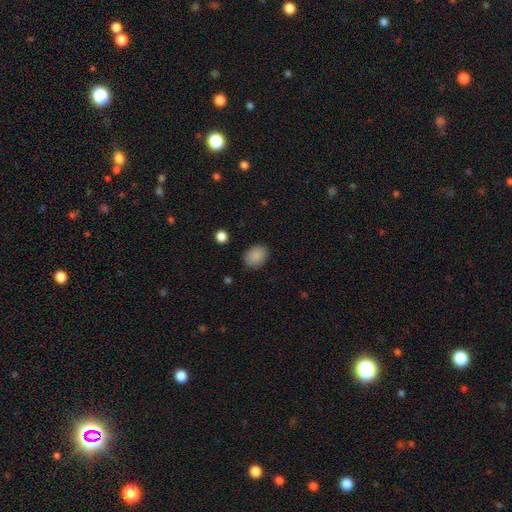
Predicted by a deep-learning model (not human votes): A smooth galaxy with no disk features (88%) that is in between round and cigar-shaped (57%).

Vote fractions:
- Smooth or featured? smooth: 88% / star or artifact: 9% / featured or disk: 4%
- How rounded? in between: 57% / round: 42% / cigar-shaped: 1%
- Merging? none: 83% / minor disturbance: 12% / major disturbance: 3% / merger: 1%